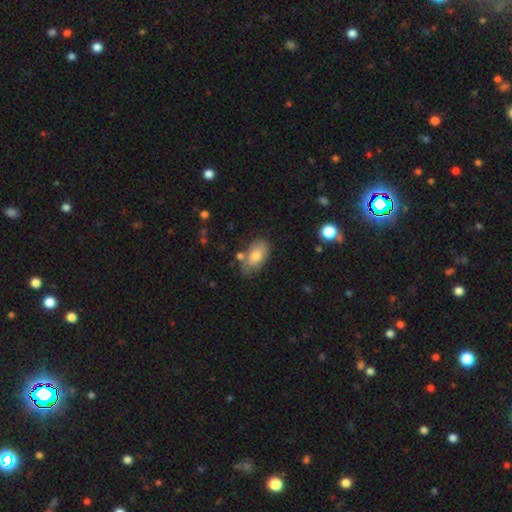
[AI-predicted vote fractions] Smooth or featured? smooth (75%)
How rounded? in between (92%)
Merging? none (66%)